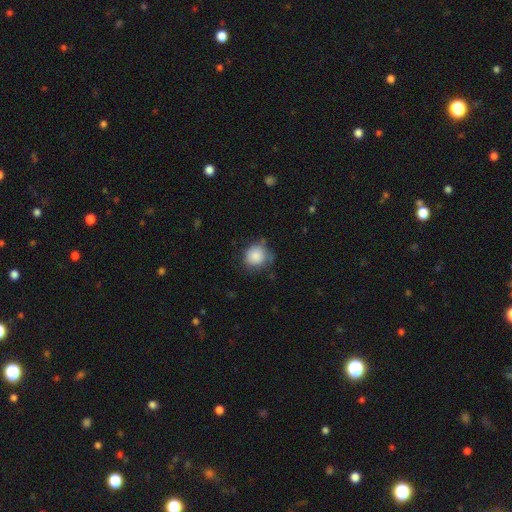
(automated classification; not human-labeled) Q: Smooth or featured?
A: smooth (85%); runner-up: star or artifact (8%)
Q: How rounded?
A: round (86%); runner-up: in between (13%)
Q: Merging?
A: none (67%); runner-up: minor disturbance (24%)